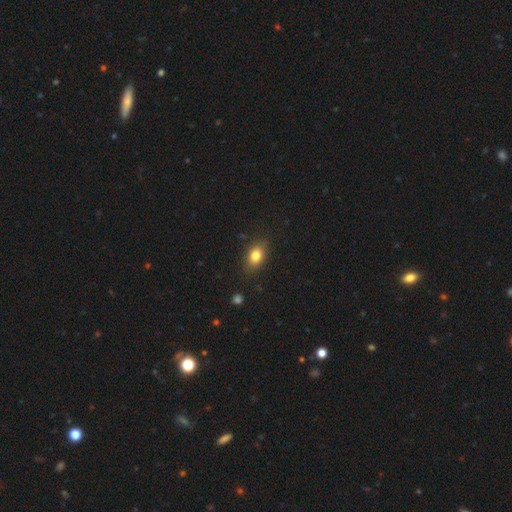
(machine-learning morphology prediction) smooth 81%, featured or disk 10%, star or artifact 9%. Down the decision tree: how rounded — in between (78%); merging — none (83%).